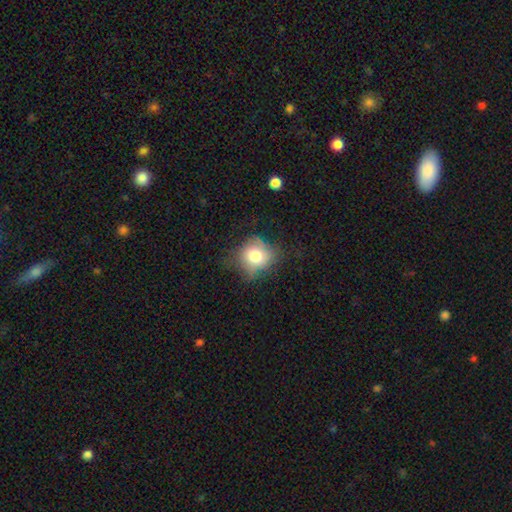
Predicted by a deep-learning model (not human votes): smooth 74%, featured or disk 15%, star or artifact 11%. Down the decision tree: how rounded — round (74%); merging — none (56%).